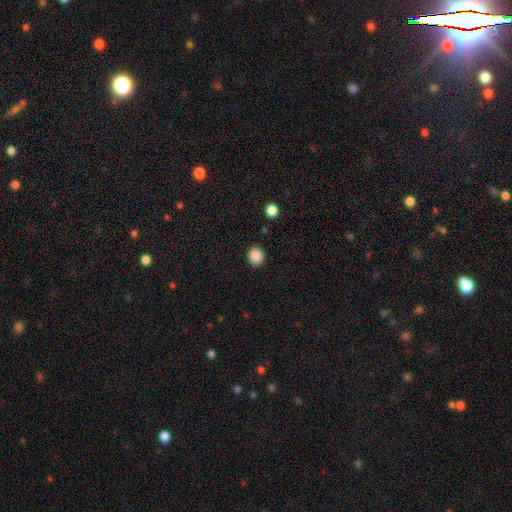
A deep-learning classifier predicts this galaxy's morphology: smooth 88%, star or artifact 9%, featured or disk 3%. Down the decision tree: how rounded — round (79%); merging — none (90%).